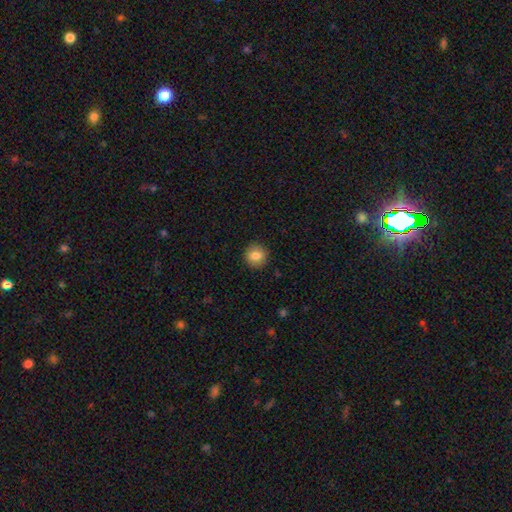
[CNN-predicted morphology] smooth 84%, star or artifact 9%, featured or disk 7%. Down the decision tree: how rounded — round (91%); merging — none (91%).